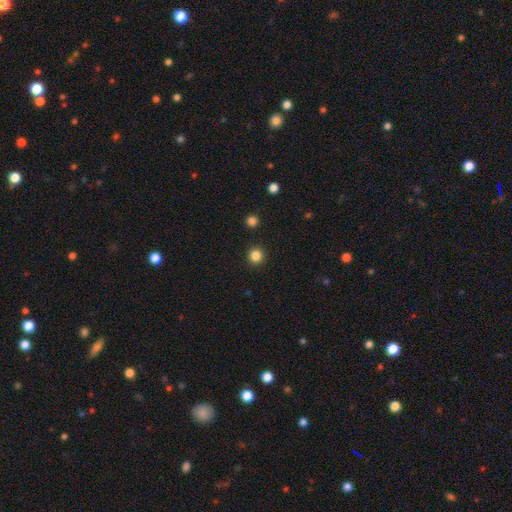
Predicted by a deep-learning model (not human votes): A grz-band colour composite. It shows a smooth galaxy with no disk features (84%) that is round (93%). Merging: none (92%).